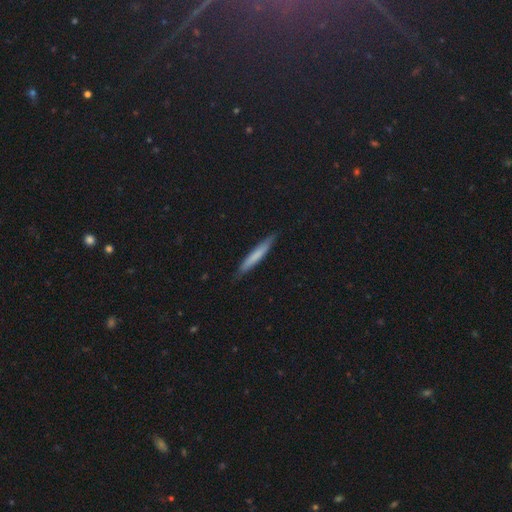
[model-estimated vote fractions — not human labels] Smooth or featured: smooth — 68% (featured or disk — 26%)
How rounded: cigar-shaped — 95% (in between — 4%)
Merging: none — 86% (minor disturbance — 11%)